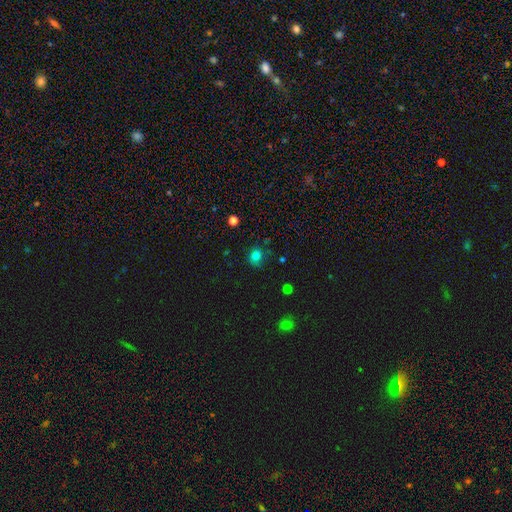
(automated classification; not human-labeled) Overall: smooth (78%). How rounded: round (80%). Merging: none (76%).